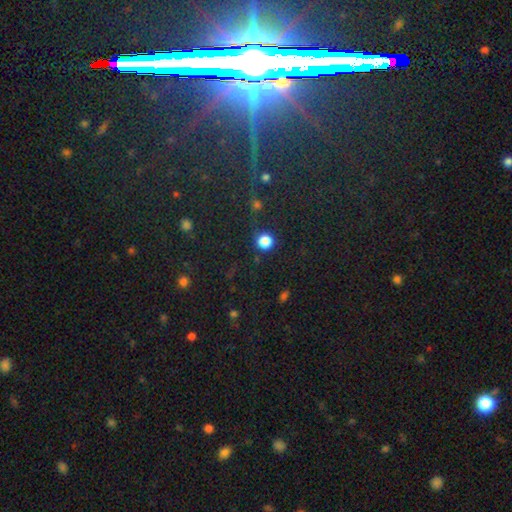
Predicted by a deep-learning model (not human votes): Smooth or featured? star or artifact (73%)